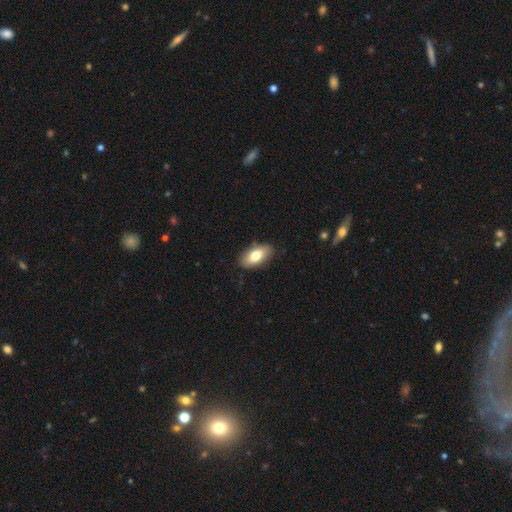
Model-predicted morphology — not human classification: This appears to be a smooth galaxy with no disk features (76%) that is in between round and cigar-shaped (91%). Merging: none (85%).